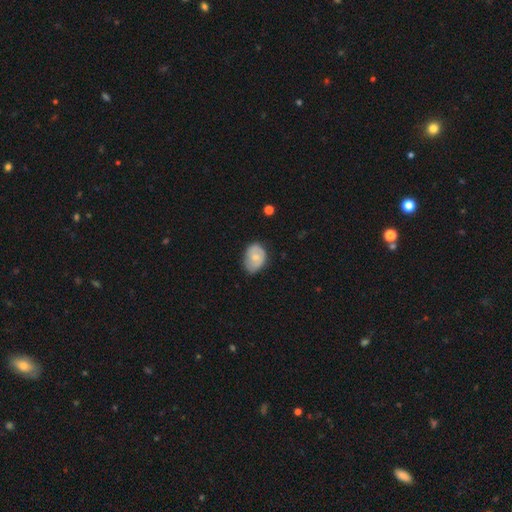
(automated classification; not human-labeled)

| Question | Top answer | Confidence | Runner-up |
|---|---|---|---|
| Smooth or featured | smooth | 63% | featured or disk (31%) |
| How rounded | in between | 74% | round (25%) |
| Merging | none | 61% | minor disturbance (32%) |